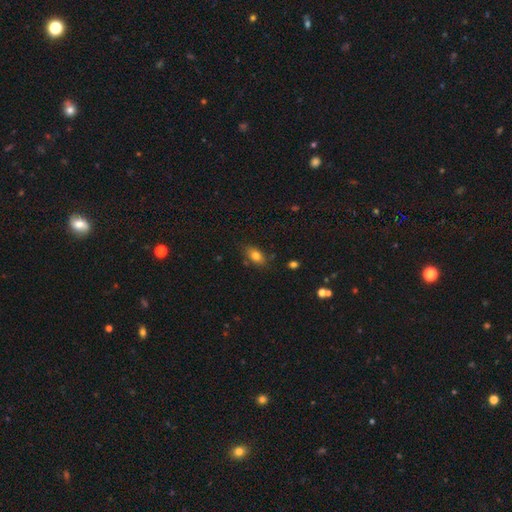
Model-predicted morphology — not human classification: smooth-or-featured: smooth: 79% | featured or disk: 11% | star or artifact: 10%
  how-rounded: in between: 84% | round: 11% | cigar-shaped: 5%
  merging: none: 77% | minor disturbance: 16% | major disturbance: 4% | merger: 3%